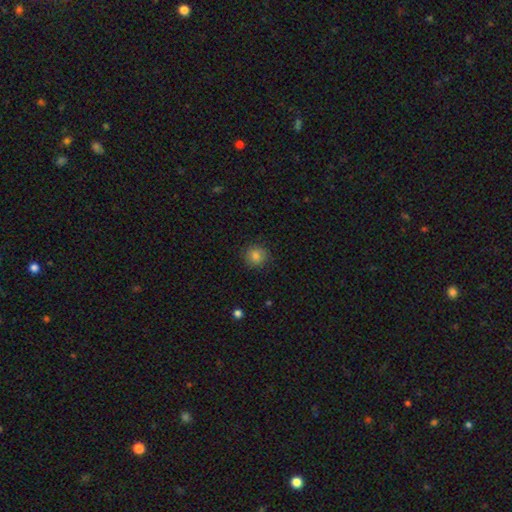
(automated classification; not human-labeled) Smooth or featured?
  - smooth: 82% *
  - star or artifact: 11%
  - featured or disk: 7%
How rounded?
  - round: 90% *
  - in between: 9%
  - cigar-shaped: 1%
Merging?
  - none: 86% *
  - minor disturbance: 10%
  - major disturbance: 3%
  - merger: 1%